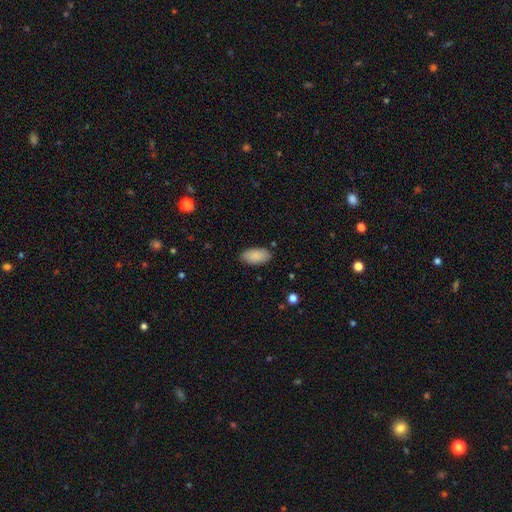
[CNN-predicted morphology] smooth-or-featured: smooth: 88% | star or artifact: 6% | featured or disk: 6%
  how-rounded: in between: 95% | cigar-shaped: 3% | round: 2%
  merging: none: 85% | minor disturbance: 12% | major disturbance: 2% | merger: 1%